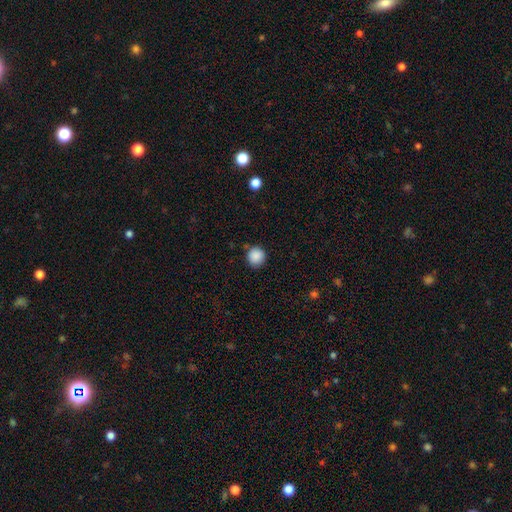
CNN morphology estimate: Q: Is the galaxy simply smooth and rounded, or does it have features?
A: smooth — 88%.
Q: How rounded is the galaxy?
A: round — 94%.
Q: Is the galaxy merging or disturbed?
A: none — 86%.